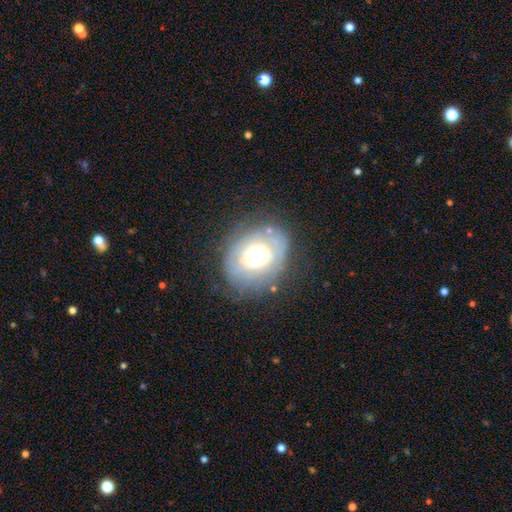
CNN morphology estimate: The model was most divided on "spiral arms": yes: 54%, no: 46%. More confident: edge-on disk — no (96%); bar — no (80%); merging — none (70%); bulge size — moderate (58%); smooth or featured — featured or disk (55%).